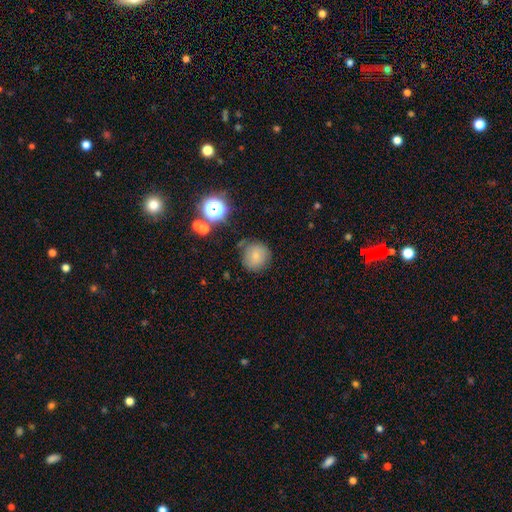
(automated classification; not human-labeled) Smooth or featured? smooth (74%)
How rounded? round (89%)
Merging? none (70%)